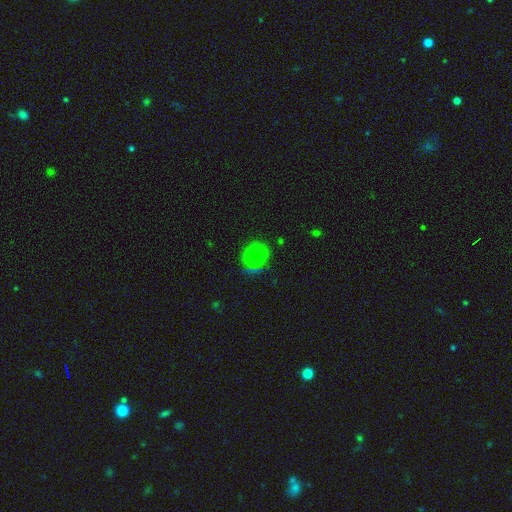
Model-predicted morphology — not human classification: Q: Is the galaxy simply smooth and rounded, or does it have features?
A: smooth — 68%.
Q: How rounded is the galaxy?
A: round — 77%.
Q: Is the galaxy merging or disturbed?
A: none — 61%.